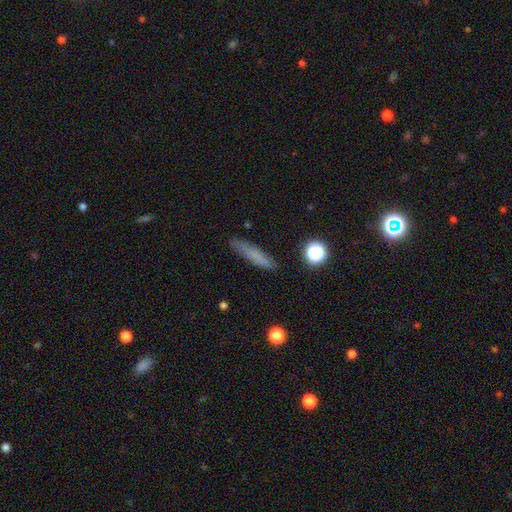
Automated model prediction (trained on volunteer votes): The model was most divided on "smooth or featured": smooth: 72%, featured or disk: 17%, star or artifact: 11%. More confident: how rounded — cigar-shaped (87%); merging — none (84%).